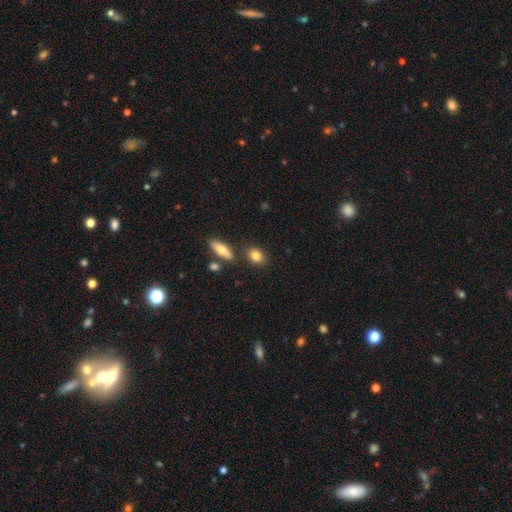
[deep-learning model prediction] Q: Smooth or featured?
A: smooth (83%); runner-up: featured or disk (10%)
Q: How rounded?
A: in between (67%); runner-up: round (28%)
Q: Merging?
A: none (78%); runner-up: minor disturbance (10%)